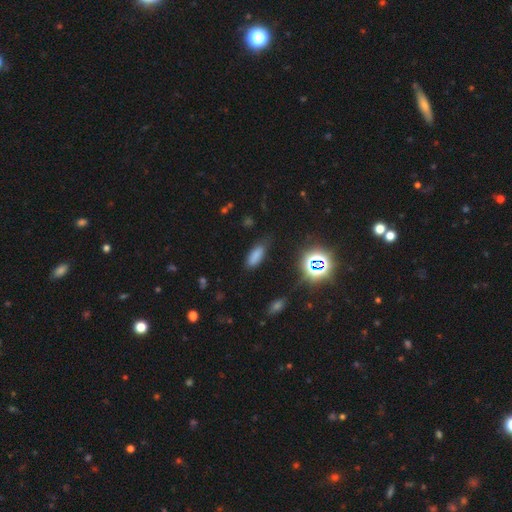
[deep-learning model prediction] Morphology: type=smooth (75%); roundness=in between (75%); merging=none (72%).